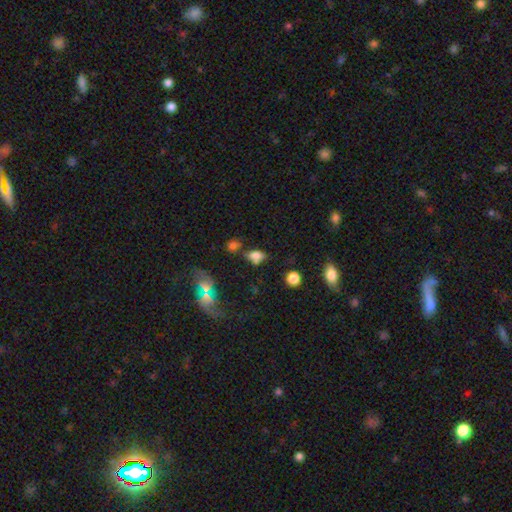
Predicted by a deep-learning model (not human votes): Morphology: type=smooth (67%); roundness=in between (80%); merging=none (44%).